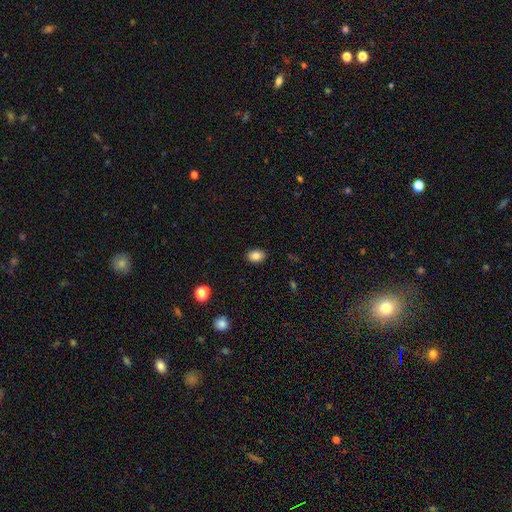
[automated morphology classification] Smooth or featured? smooth (84%)
How rounded? in between (75%)
Merging? none (89%)